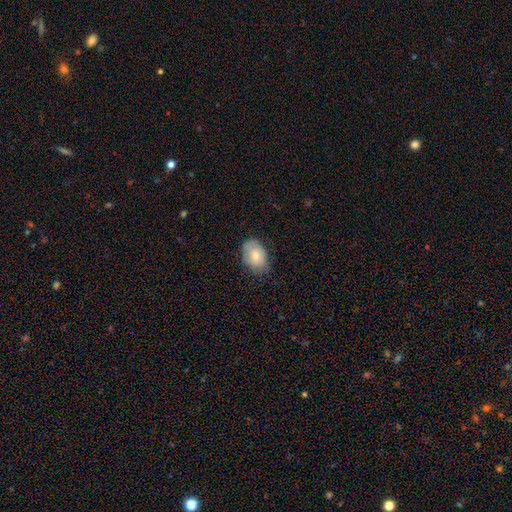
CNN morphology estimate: This is likely a smooth galaxy (75%). How rounded: clearly in between (84%). Merging: likely none (70%).